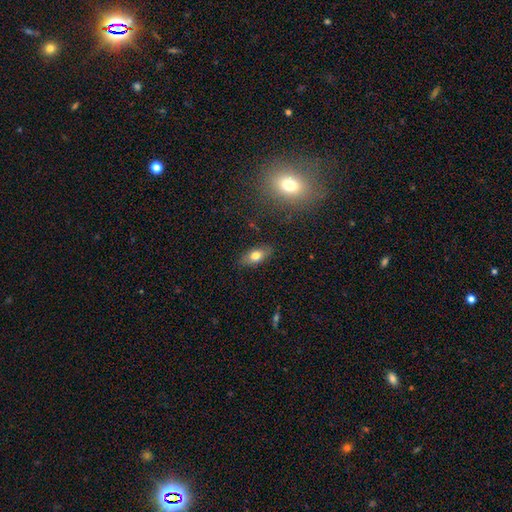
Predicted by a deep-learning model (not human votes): Smooth or featured: smooth — 73% (featured or disk — 18%)
How rounded: in between — 84% (cigar-shaped — 10%)
Merging: none — 85% (minor disturbance — 11%)